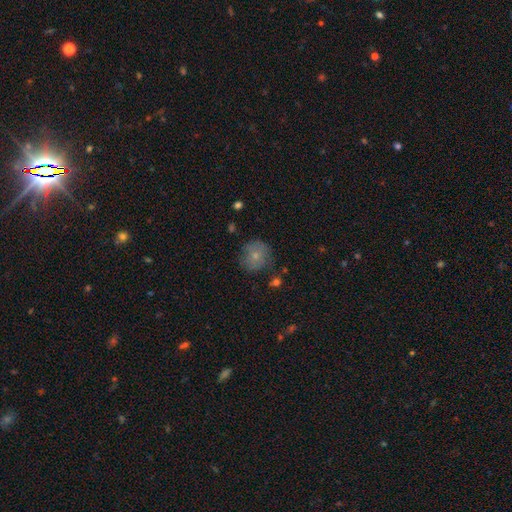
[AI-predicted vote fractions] Overall: smooth (68%). How rounded: round (84%). Merging: none (68%).